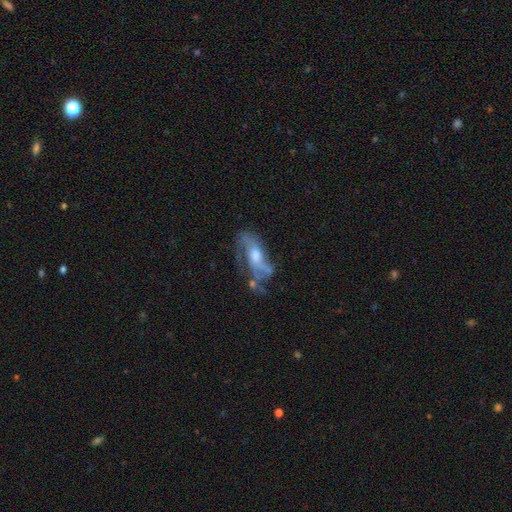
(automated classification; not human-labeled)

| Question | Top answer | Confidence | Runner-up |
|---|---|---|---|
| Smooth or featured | featured or disk | 75% | smooth (17%) |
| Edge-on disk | no | 90% | yes (10%) |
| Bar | no | 59% | weak (32%) |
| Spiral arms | yes | 81% | no (19%) |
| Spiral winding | loose | 41% | medium (40%) |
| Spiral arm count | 2 | 51% | can't tell (23%) |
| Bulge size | moderate | 62% | small (19%) |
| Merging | none | 39% | major disturbance (29%) |